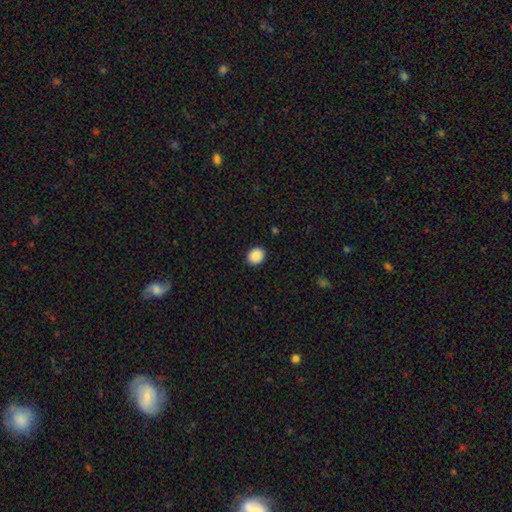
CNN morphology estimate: A smooth galaxy with no disk features (89%) that is round (61%).

Vote fractions:
- Smooth or featured? smooth: 89% / star or artifact: 8% / featured or disk: 3%
- How rounded? round: 61% / in between: 38% / cigar-shaped: 1%
- Merging? none: 90% / minor disturbance: 7% / major disturbance: 2% / merger: 1%